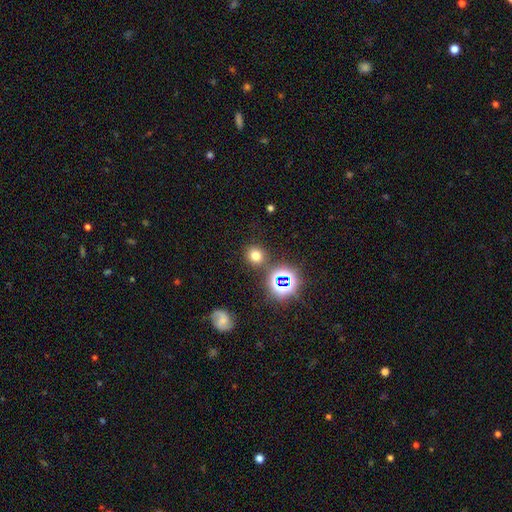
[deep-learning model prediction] The model was most divided on "smooth or featured": smooth: 68%, star or artifact: 24%, featured or disk: 8%. More confident: how rounded — round (84%); merging — none (82%).